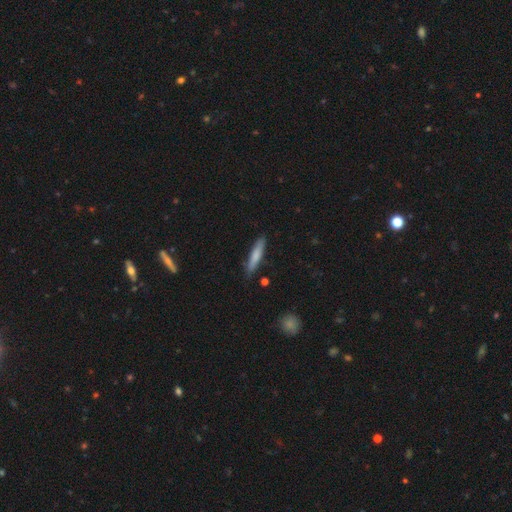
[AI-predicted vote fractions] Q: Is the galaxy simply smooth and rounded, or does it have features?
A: smooth — 74%.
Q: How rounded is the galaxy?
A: cigar-shaped — 88%.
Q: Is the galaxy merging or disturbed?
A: none — 84%.